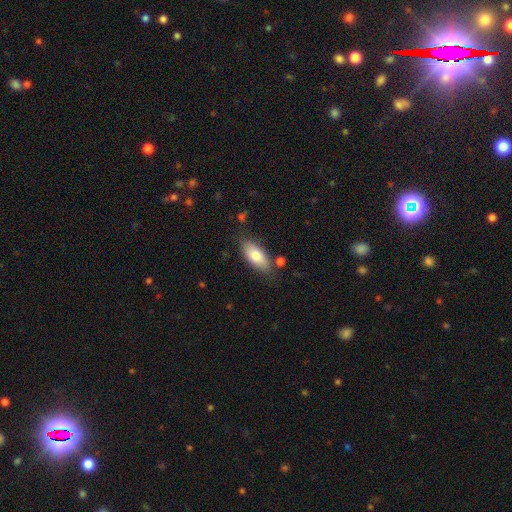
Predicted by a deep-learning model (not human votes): A smooth galaxy with no disk features (79%) that is in between round and cigar-shaped (86%).

Vote fractions:
- Smooth or featured? smooth: 79% / featured or disk: 14% / star or artifact: 6%
- How rounded? in between: 86% / cigar-shaped: 11% / round: 2%
- Merging? none: 77% / minor disturbance: 15% / merger: 4% / major disturbance: 4%